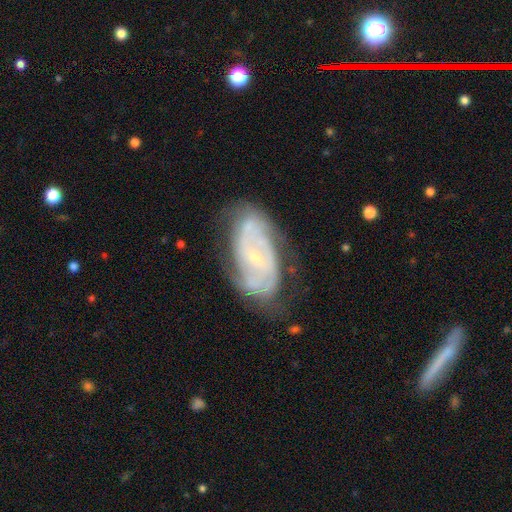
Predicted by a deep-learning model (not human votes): smooth-or-featured: featured or disk: 80% | smooth: 13% | star or artifact: 6%
  disk-edge-on: no: 94% | yes: 6%
    bar: no: 67% | weak: 26% | strong: 8%
    has-spiral-arms: yes: 87% | no: 13%
      spiral-winding: tight: 57% | medium: 33% | loose: 10%
      spiral-arm-count: 2: 42% | can't tell: 35% | 3: 12% | 4: 5% | 1: 4% | more than 4: 3%
    bulge-size: small: 72% | moderate: 25% | none: 1% | large: 1% | dominant: 1%
  merging: none: 63% | minor disturbance: 25% | major disturbance: 10% | merger: 2%